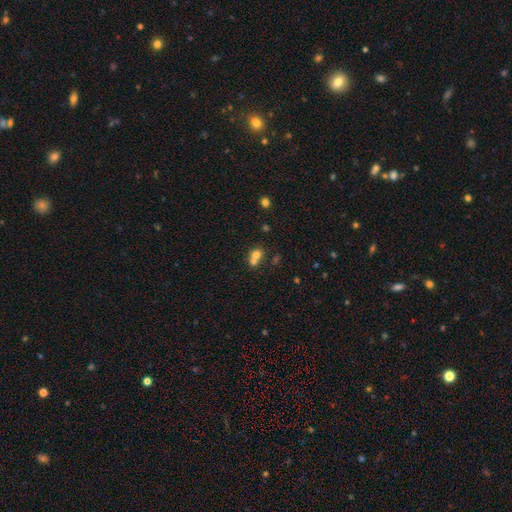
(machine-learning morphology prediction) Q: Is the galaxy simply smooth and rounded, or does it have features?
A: smooth — 70%.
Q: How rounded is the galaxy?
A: round — 75%.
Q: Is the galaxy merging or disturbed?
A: merger — 59%.